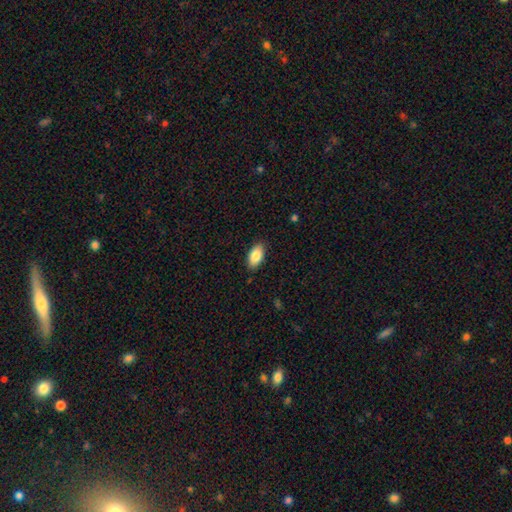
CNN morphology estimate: type=smooth (86%); roundness=in between (94%); merging=none (86%).